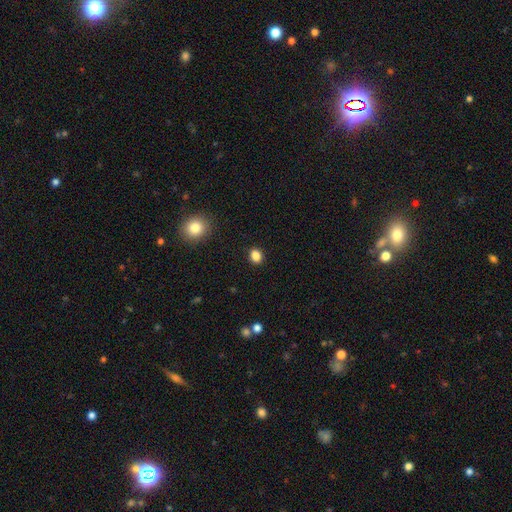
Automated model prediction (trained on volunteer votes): Smooth or featured? Predicted: smooth (p=0.85). How rounded? Predicted: round (p=0.58). Merging? Predicted: none (p=0.89).